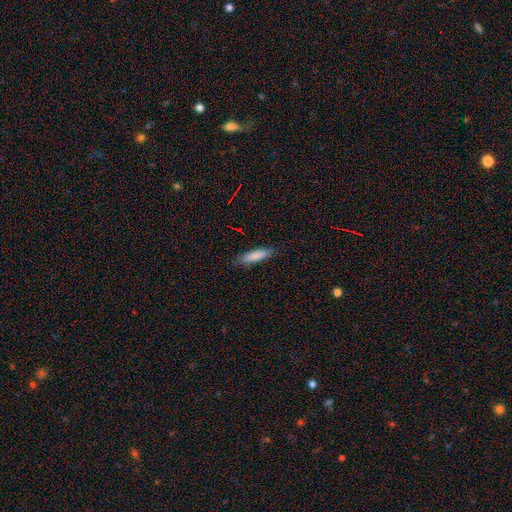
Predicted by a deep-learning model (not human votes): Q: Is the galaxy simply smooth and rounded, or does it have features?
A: smooth — 82%.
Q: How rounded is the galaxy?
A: cigar-shaped — 73%.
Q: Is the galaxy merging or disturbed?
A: none — 84%.